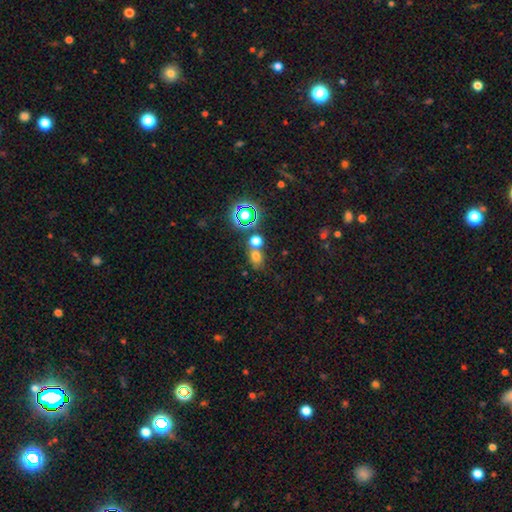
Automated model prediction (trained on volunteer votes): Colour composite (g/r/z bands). It shows a smooth galaxy with no disk features (65%) that is round (51%). Merging: none (52%).